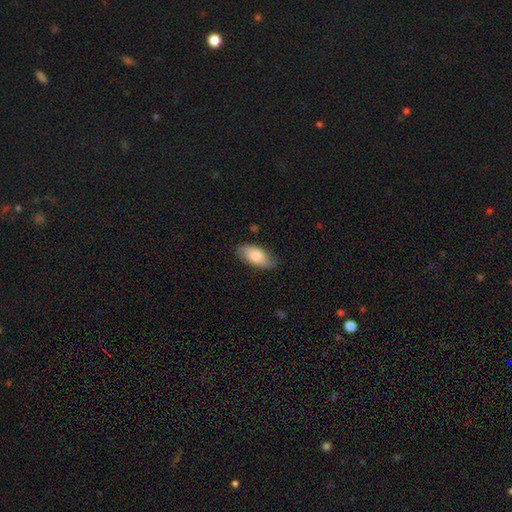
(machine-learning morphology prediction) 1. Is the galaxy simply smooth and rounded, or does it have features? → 79% smooth, 15% featured or disk, 6% star or artifact.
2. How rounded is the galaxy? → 92% in between, 6% cigar-shaped, 3% round.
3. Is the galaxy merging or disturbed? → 79% none, 16% minor disturbance, 3% major disturbance, 1% merger.